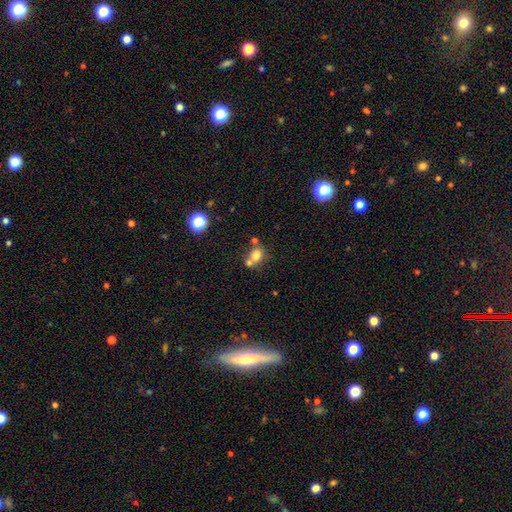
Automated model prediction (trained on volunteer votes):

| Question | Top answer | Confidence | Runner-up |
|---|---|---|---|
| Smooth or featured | smooth | 75% | star or artifact (13%) |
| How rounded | round | 62% | in between (37%) |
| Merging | none | 45% | merger (41%) |